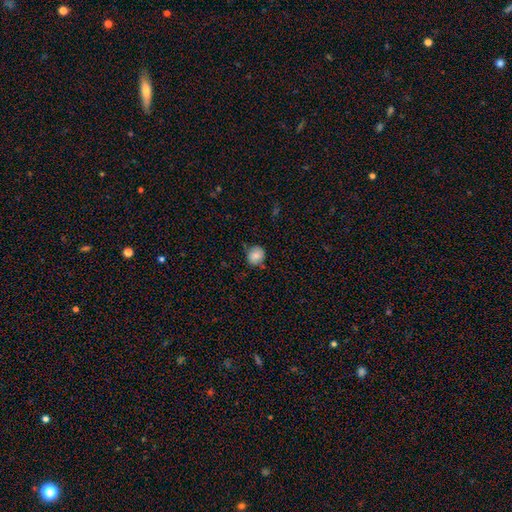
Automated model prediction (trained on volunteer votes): This appears to be a smooth galaxy with no disk features (82%) that is round (84%). Merging: none (75%).